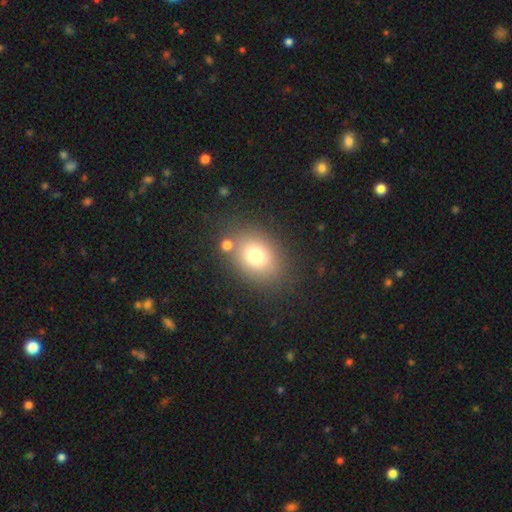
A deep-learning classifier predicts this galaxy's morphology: A smooth galaxy with no disk features (74%) that is in between round and cigar-shaped (58%).

Vote fractions:
- Smooth or featured? smooth: 74% / star or artifact: 14% / featured or disk: 12%
- How rounded? in between: 58% / round: 41% / cigar-shaped: 1%
- Merging? none: 74% / minor disturbance: 11% / merger: 9% / major disturbance: 5%